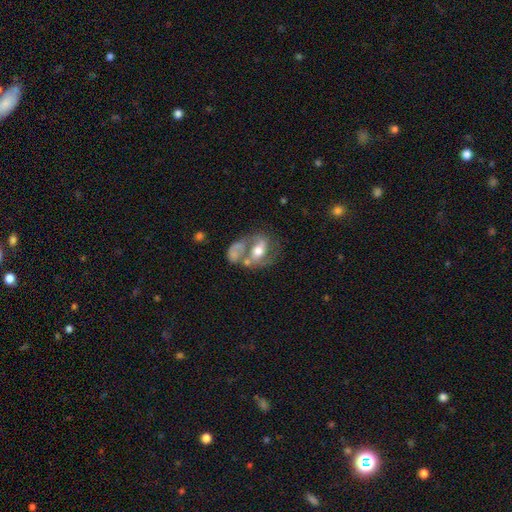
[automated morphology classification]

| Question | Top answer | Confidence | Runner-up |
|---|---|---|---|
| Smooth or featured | featured or disk | 66% | smooth (26%) |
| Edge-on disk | no | 95% | yes (5%) |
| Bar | no | 41% | weak (33%) |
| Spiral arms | yes | 67% | no (33%) |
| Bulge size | moderate | 65% | large (17%) |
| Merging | merger | 37% | none (29%) |